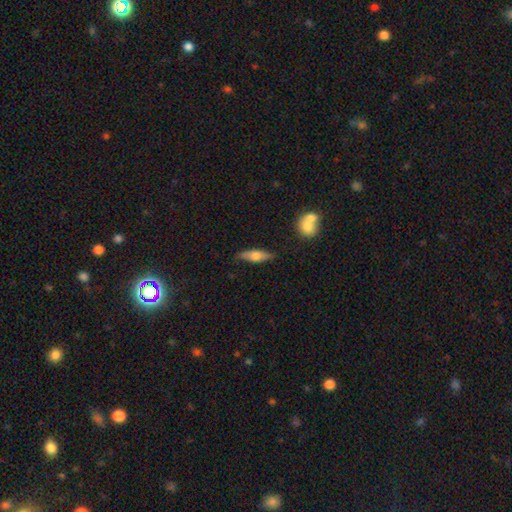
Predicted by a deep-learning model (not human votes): smooth-or-featured: smooth: 48% | featured or disk: 46% | star or artifact: 7%
  merging: none: 80% | minor disturbance: 15% | major disturbance: 3% | merger: 2%